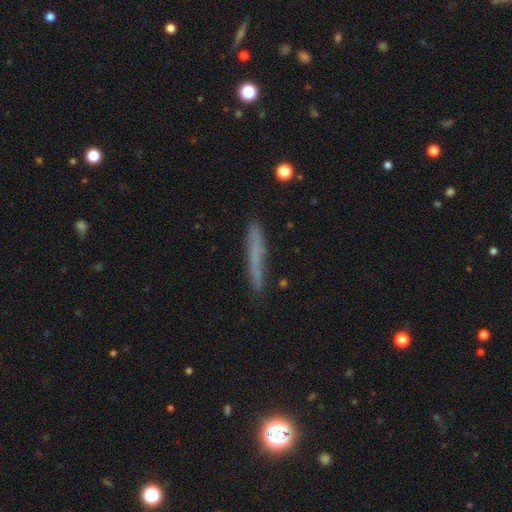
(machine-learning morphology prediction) Smooth or featured: smooth — 64% (featured or disk — 26%)
How rounded: cigar-shaped — 95% (in between — 3%)
Merging: none — 84% (minor disturbance — 12%)